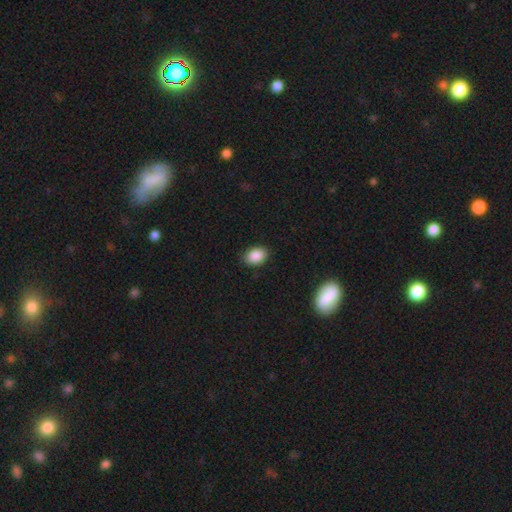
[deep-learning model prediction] Smooth or featured? smooth (88%)
How rounded? in between (78%)
Merging? none (88%)